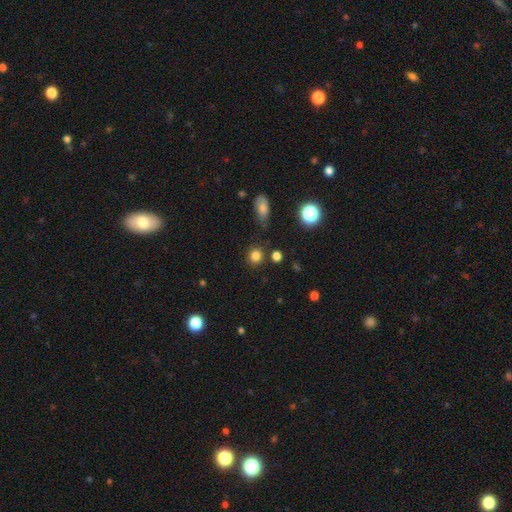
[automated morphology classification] The model was most divided on "smooth or featured": smooth: 81%, star or artifact: 14%, featured or disk: 5%. More confident: how rounded — round (85%); merging — none (83%).